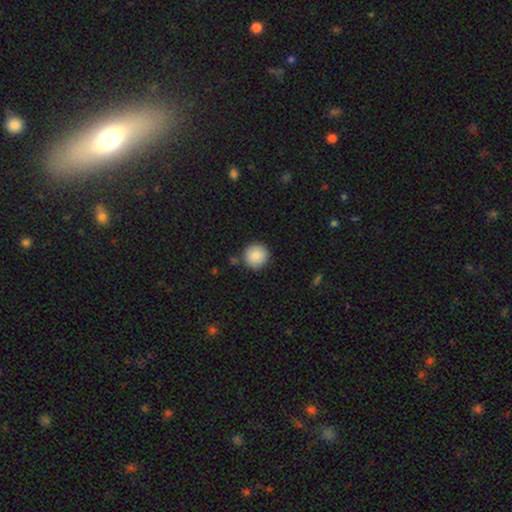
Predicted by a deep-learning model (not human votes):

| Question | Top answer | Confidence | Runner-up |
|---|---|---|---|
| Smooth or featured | smooth | 88% | star or artifact (7%) |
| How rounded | round | 94% | in between (5%) |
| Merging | none | 87% | minor disturbance (8%) |